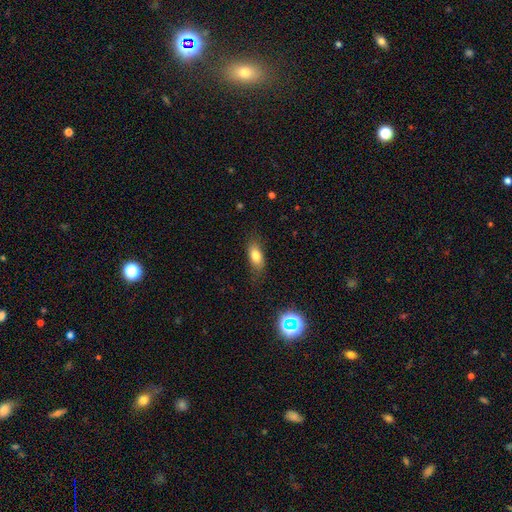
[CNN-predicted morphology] A smooth galaxy with no disk features (78%) that is in between round and cigar-shaped (82%).

Vote fractions:
- Smooth or featured? smooth: 78% / featured or disk: 13% / star or artifact: 10%
- How rounded? in between: 82% / cigar-shaped: 13% / round: 6%
- Merging? none: 76% / minor disturbance: 17% / major disturbance: 5% / merger: 1%